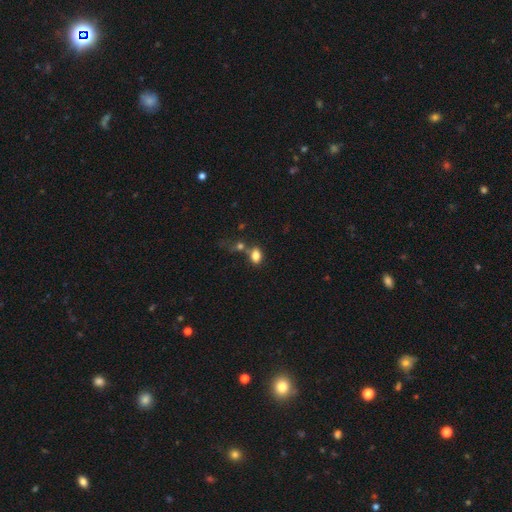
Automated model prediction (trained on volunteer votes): The model was most divided on "merging": none: 50%, merger: 31%, minor disturbance: 13%, major disturbance: 6%. More confident: smooth or featured — smooth (81%); how rounded — in between (81%).